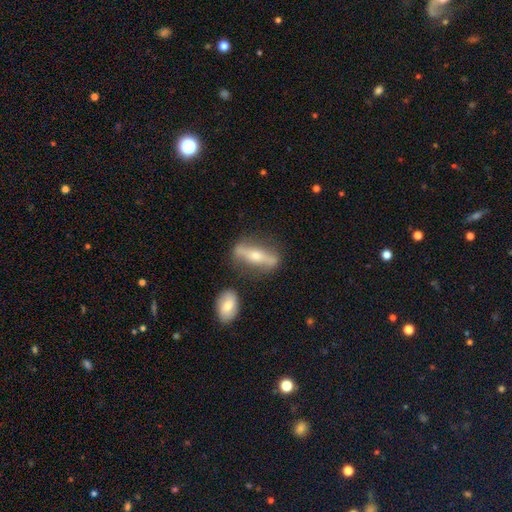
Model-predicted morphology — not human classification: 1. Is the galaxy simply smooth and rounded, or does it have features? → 68% featured or disk, 25% smooth, 7% star or artifact.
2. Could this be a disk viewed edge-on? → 66% yes, 34% no.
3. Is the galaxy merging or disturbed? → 74% none, 14% minor disturbance, 6% merger, 5% major disturbance.